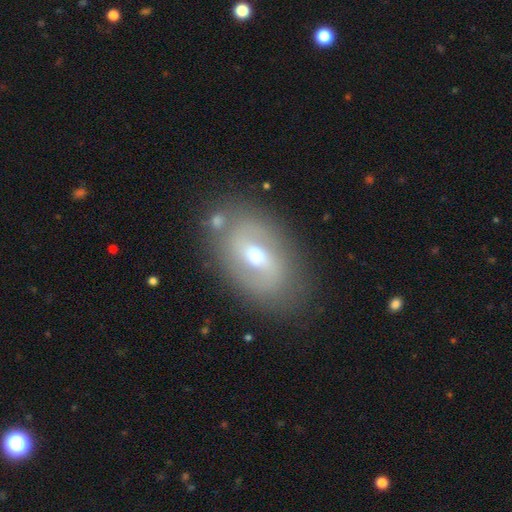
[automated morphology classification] Q: Smooth or featured?
A: featured or disk (68%); runner-up: smooth (25%)
Q: Edge-on disk?
A: no (94%); runner-up: yes (6%)
Q: Bar?
A: weak (52%); runner-up: no (26%)
Q: Spiral arms?
A: yes (69%); runner-up: no (31%)
Q: Bulge size?
A: moderate (66%); runner-up: small (27%)
Q: Merging?
A: none (79%); runner-up: minor disturbance (13%)